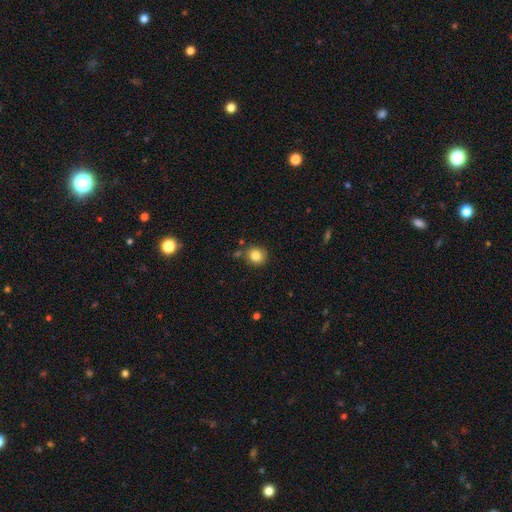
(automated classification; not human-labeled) smooth-or-featured: smooth: 82% | star or artifact: 11% | featured or disk: 7%
  how-rounded: round: 88% | in between: 11% | cigar-shaped: 1%
  merging: none: 80% | minor disturbance: 10% | merger: 6% | major disturbance: 3%